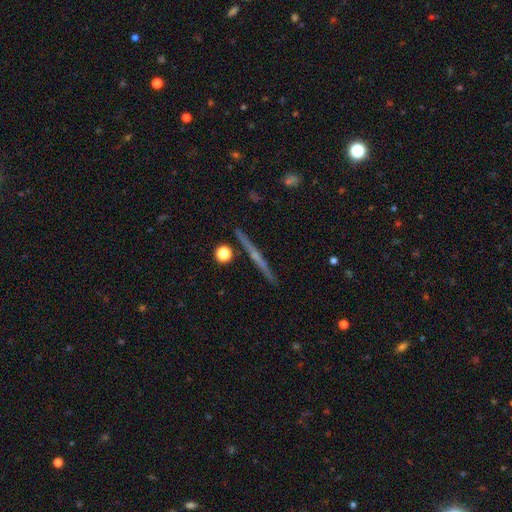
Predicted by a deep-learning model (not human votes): smooth-or-featured: featured or disk: 71% | smooth: 22% | star or artifact: 8%
  disk-edge-on: yes: 98% | no: 2%
    edge-on-bulge: rounded: 46% (tied) | none: 46% (tied) | boxy: 8%
  merging: none: 91% | minor disturbance: 6% | merger: 2% | major disturbance: 1%